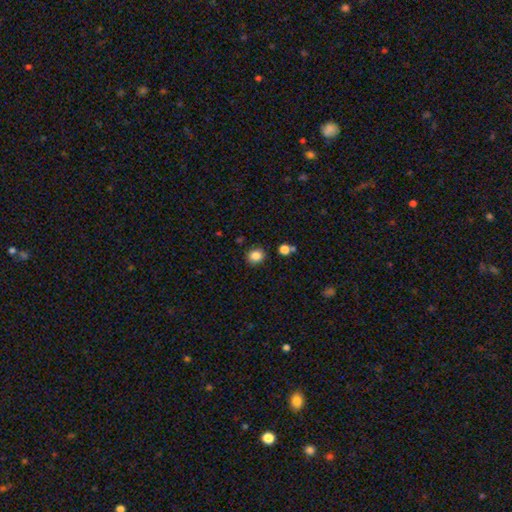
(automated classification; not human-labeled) A smooth galaxy with no disk features (84%) that is round (72%).

Vote fractions:
- Smooth or featured? smooth: 84% / star or artifact: 11% / featured or disk: 5%
- How rounded? round: 72% / in between: 27% / cigar-shaped: 1%
- Merging? none: 86% / minor disturbance: 8% / merger: 3% / major disturbance: 2%